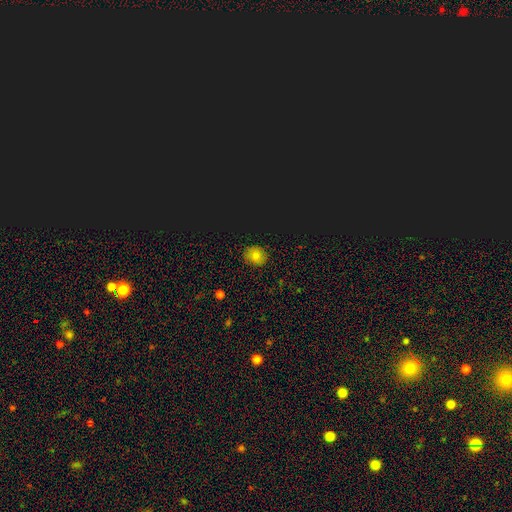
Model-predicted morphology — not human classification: Smooth or featured? Predicted: smooth (p=0.71). How rounded? Predicted: round (p=0.73). Merging? Predicted: none (p=0.86).